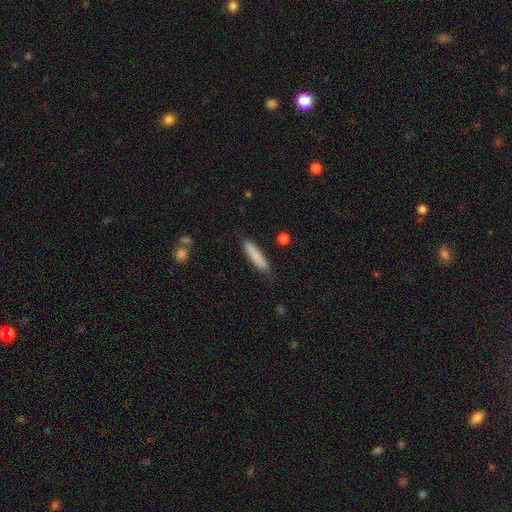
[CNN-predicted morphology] Overall: smooth (83%). How rounded: cigar-shaped (87%). Merging: none (86%).